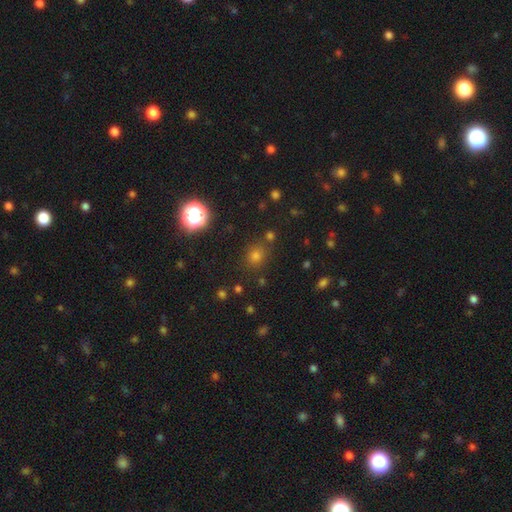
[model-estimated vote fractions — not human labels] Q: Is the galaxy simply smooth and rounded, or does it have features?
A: smooth — 65%.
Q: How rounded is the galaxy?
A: round — 85%.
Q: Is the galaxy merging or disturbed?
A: none — 83%.